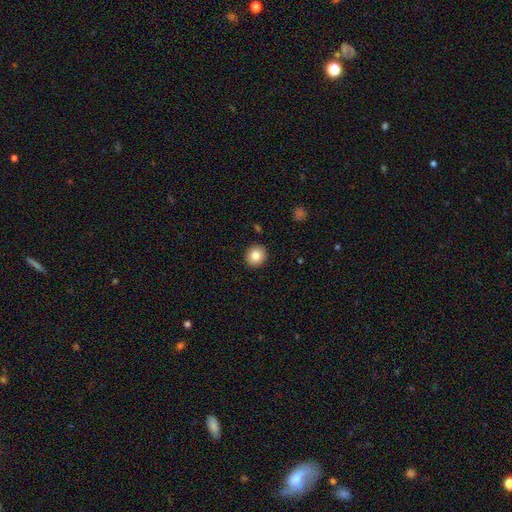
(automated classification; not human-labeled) Morphology: type=smooth (85%); roundness=round (80%); merging=none (91%).